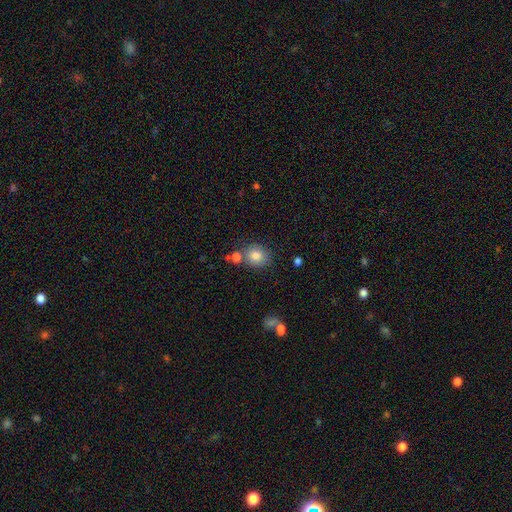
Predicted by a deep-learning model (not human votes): Smooth or featured?
  - smooth: 81% *
  - star or artifact: 10%
  - featured or disk: 9%
How rounded?
  - round: 70% *
  - in between: 29%
  - cigar-shaped: 1%
Merging?
  - none: 73% *
  - minor disturbance: 12%
  - merger: 12%
  - major disturbance: 4%